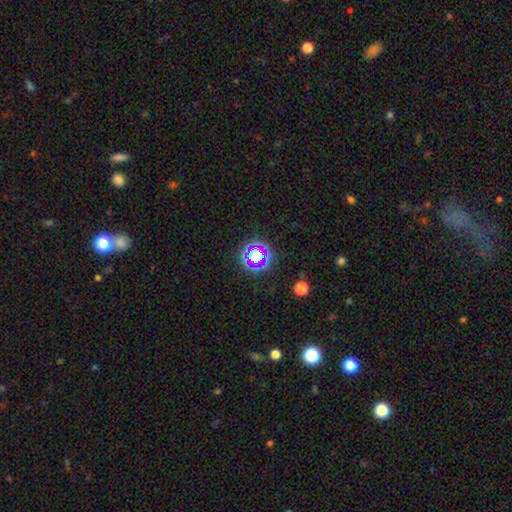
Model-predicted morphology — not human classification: smooth-or-featured: star or artifact: 58% | smooth: 28% | featured or disk: 14%